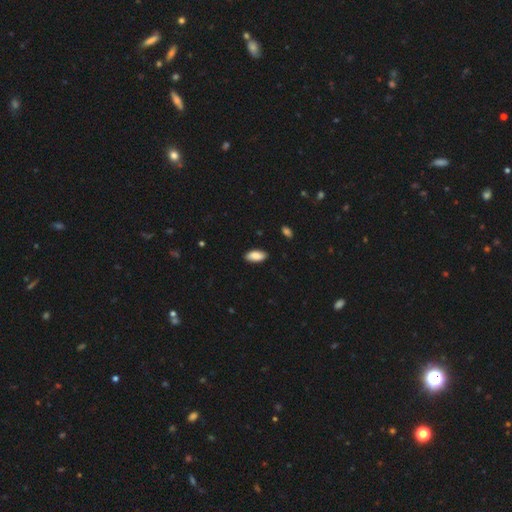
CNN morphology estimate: Smooth or featured: smooth — 88% (star or artifact — 6%)
How rounded: in between — 91% (cigar-shaped — 7%)
Merging: none — 88% (minor disturbance — 9%)